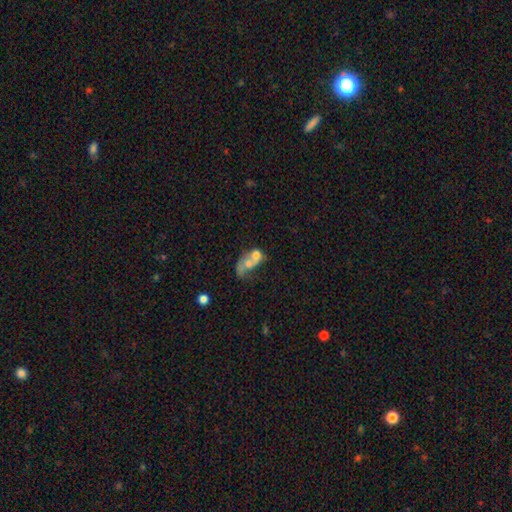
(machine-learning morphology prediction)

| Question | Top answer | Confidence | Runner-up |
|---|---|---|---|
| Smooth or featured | smooth | 55% | featured or disk (35%) |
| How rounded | in between | 66% | round (30%) |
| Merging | merger | 70% | major disturbance (12%) |